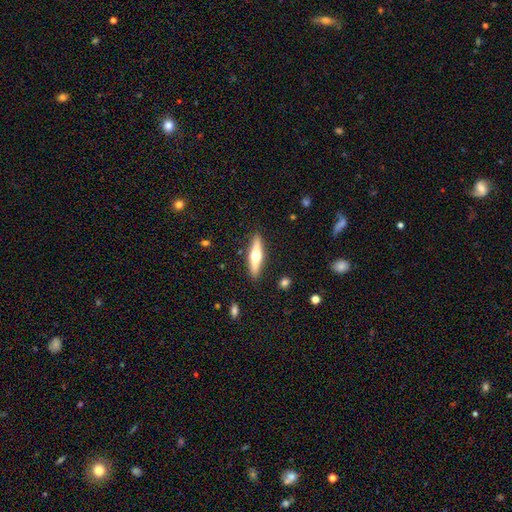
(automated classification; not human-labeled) Smooth or featured: featured or disk — 57% (smooth — 37%)
Edge-on disk: yes — 94% (no — 6%)
Edge-on bulge: rounded — 95% (none — 2%)
Merging: none — 90% (minor disturbance — 7%)